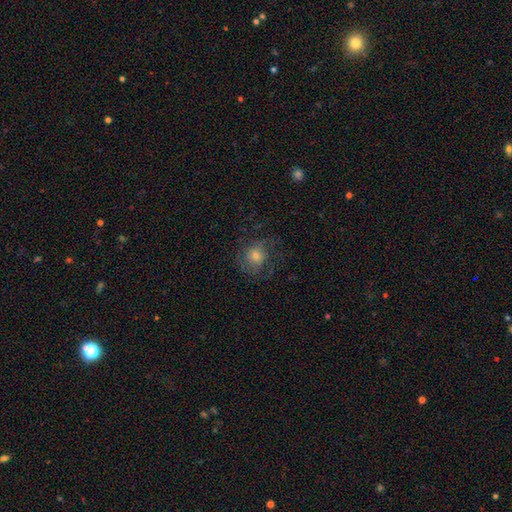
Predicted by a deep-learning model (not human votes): A featured or disk galaxy (48%). Merging: none (64%).